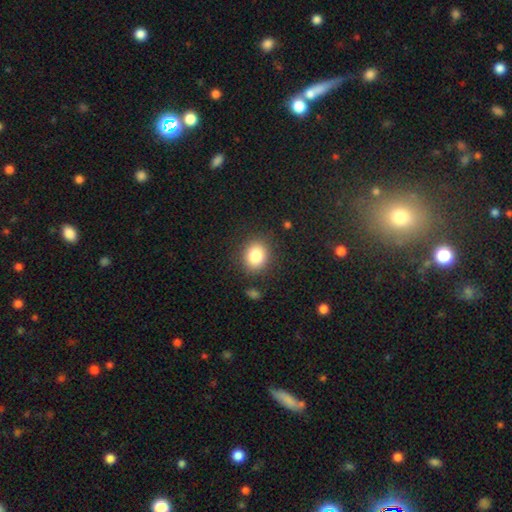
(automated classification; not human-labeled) This is clearly a smooth galaxy (83%). How rounded: likely round (67%). Merging: clearly none (86%).